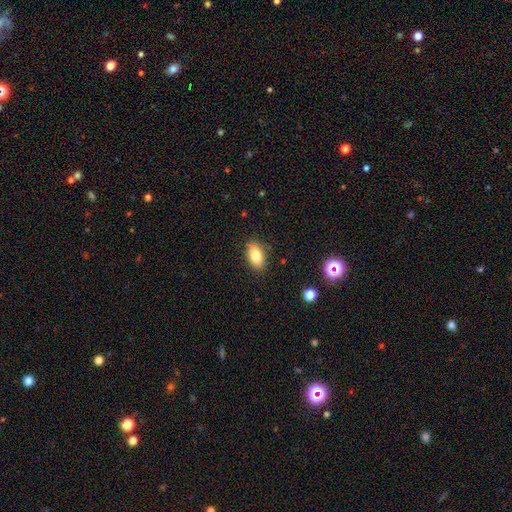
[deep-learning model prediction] Smooth or featured? Predicted: smooth (p=0.80). How rounded? Predicted: in between (p=0.90). Merging? Predicted: none (p=0.84).